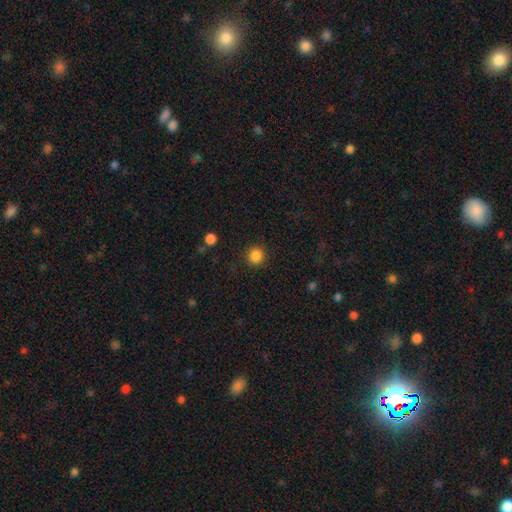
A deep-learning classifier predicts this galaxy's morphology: smooth-or-featured: smooth: 86% | star or artifact: 11% | featured or disk: 3%
  how-rounded: round: 87% | in between: 12% | cigar-shaped: 1%
  merging: none: 88% | minor disturbance: 7% | major disturbance: 3% | merger: 1%